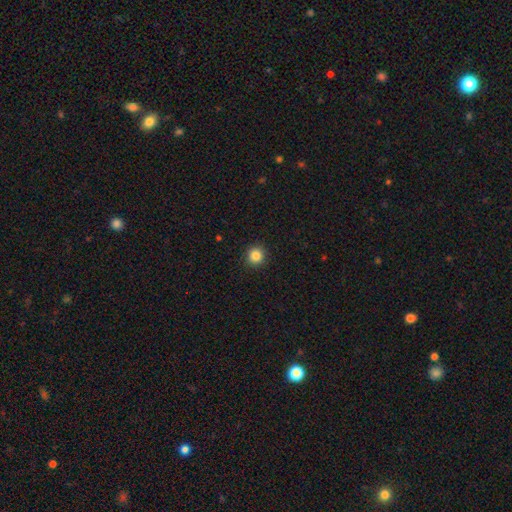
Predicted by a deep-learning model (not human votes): A smooth galaxy with no disk features (85%) that is round (92%).

Vote fractions:
- Smooth or featured? smooth: 85% / star or artifact: 11% / featured or disk: 4%
- How rounded? round: 92% / in between: 7% / cigar-shaped: 1%
- Merging? none: 92% / minor disturbance: 5% / major disturbance: 2% / merger: 1%